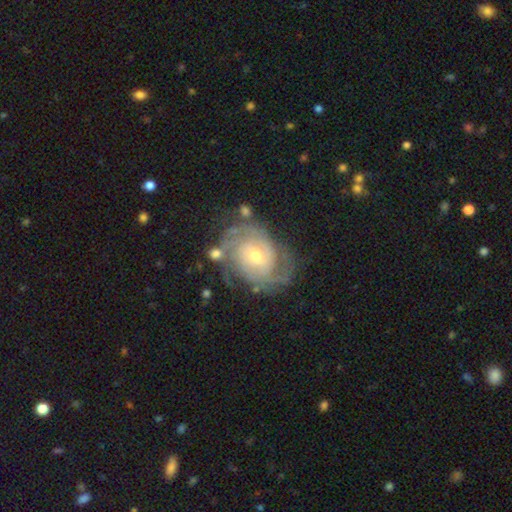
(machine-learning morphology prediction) Q: Smooth or featured?
A: featured or disk (86%); runner-up: smooth (8%)
Q: Edge-on disk?
A: no (97%); runner-up: yes (3%)
Q: Bar?
A: no (66%); runner-up: weak (28%)
Q: Spiral arms?
A: yes (95%); runner-up: no (5%)
Q: Spiral winding?
A: tight (65%); runner-up: medium (28%)
Q: Spiral arm count?
A: can't tell (29%); runner-up: 2 (27%)
Q: Bulge size?
A: small (49%); runner-up: moderate (47%)
Q: Merging?
A: none (66%); runner-up: minor disturbance (19%)